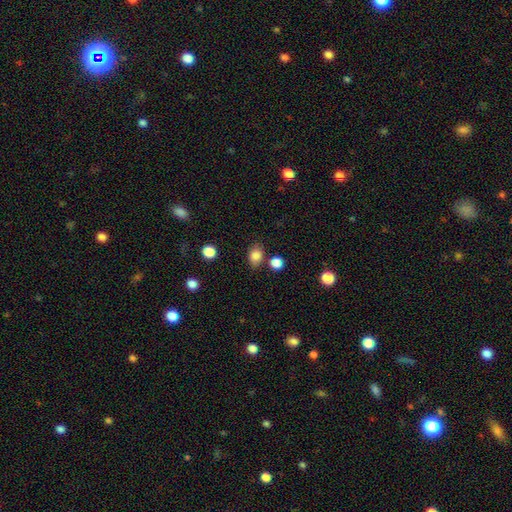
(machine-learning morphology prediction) smooth_or_featured: smooth (p=0.84) [alt: star or artifact p=0.10]
how_rounded: in between (p=0.65) [alt: round p=0.34]
merging: none (p=0.75) [alt: minor disturbance p=0.14]